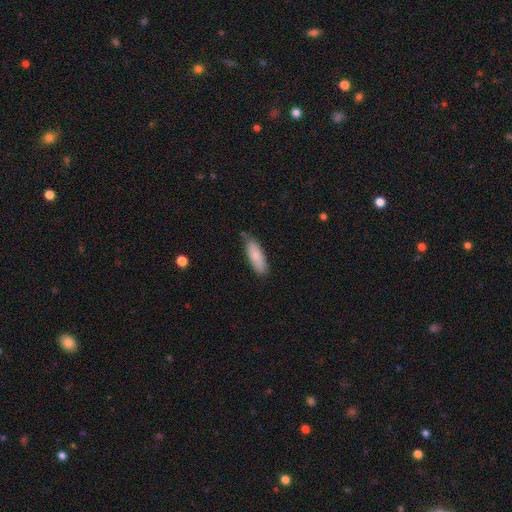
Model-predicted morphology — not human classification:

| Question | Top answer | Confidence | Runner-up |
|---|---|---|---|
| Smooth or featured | smooth | 84% | featured or disk (10%) |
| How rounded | in between | 54% | cigar-shaped (45%) |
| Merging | none | 71% | minor disturbance (24%) |